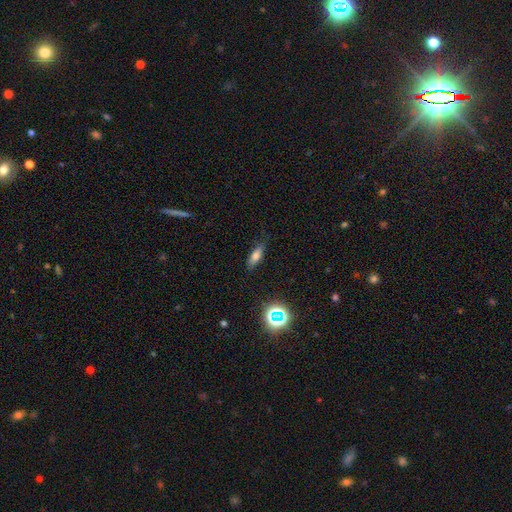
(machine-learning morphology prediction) Q: Smooth or featured?
A: smooth (70%); runner-up: featured or disk (17%)
Q: How rounded?
A: in between (56%); runner-up: cigar-shaped (40%)
Q: Merging?
A: none (81%); runner-up: minor disturbance (14%)